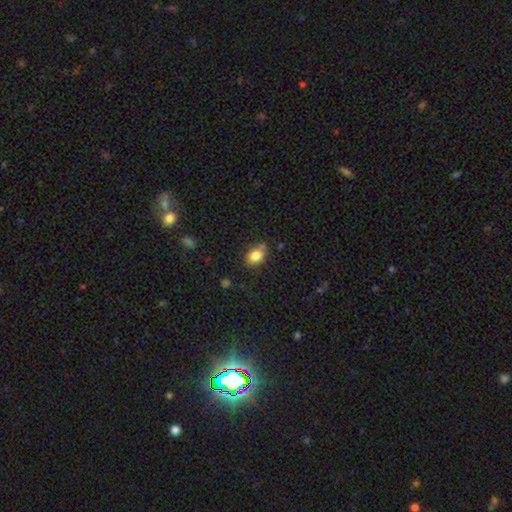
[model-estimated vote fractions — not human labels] Morphology: type=smooth (84%); roundness=in between (65%); merging=none (68%).